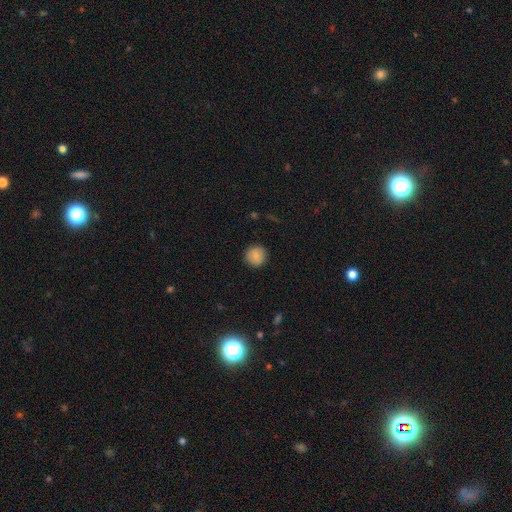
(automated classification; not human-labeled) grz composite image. It shows a smooth galaxy with no disk features (85%) that is round (94%). Merging: none (90%).